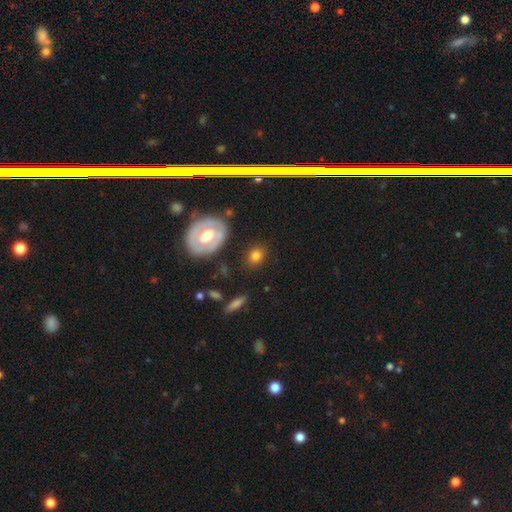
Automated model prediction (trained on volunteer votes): The model was most divided on "how rounded": round: 54%, in between: 45%, cigar-shaped: 2%. More confident: merging — none (80%); smooth or featured — smooth (73%).